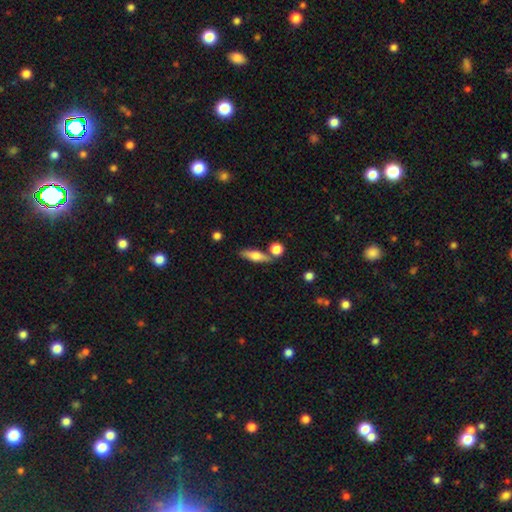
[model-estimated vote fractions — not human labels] smooth_or_featured: smooth (p=0.53) [alt: featured or disk p=0.40]
how_rounded: cigar-shaped (p=0.55) [alt: in between p=0.39]
merging: none (p=0.74) [alt: merger p=0.12]